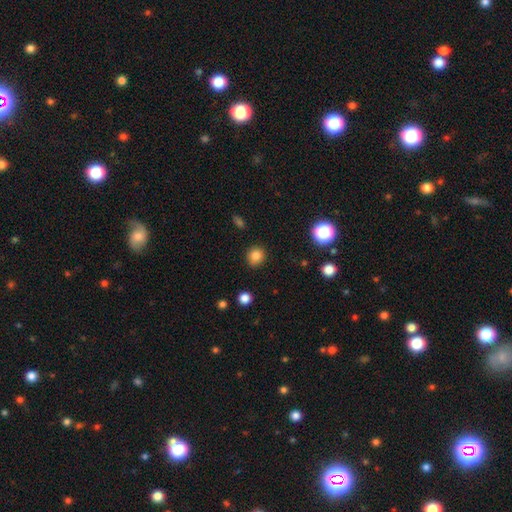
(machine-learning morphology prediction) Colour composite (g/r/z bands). It shows a smooth galaxy with no disk features (84%) that is round (84%). Merging: none (89%).